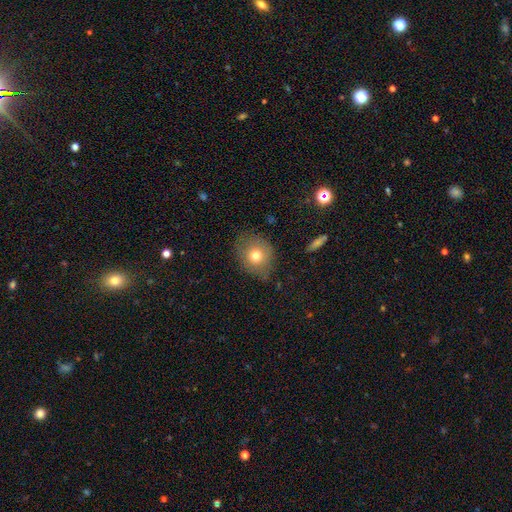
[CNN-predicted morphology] Smooth or featured: smooth — 74% (featured or disk — 15%)
How rounded: round — 72% (in between — 27%)
Merging: none — 77% (minor disturbance — 17%)